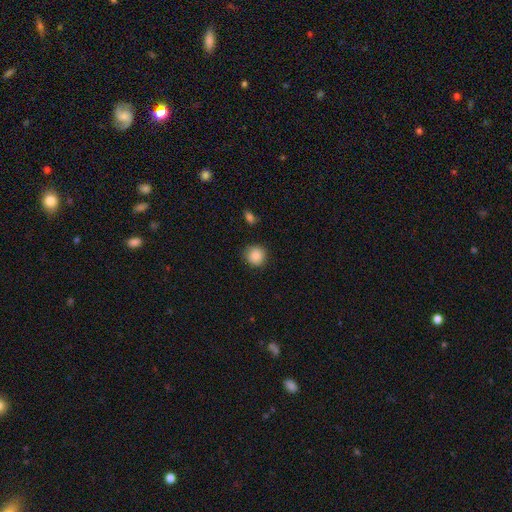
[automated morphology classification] Smooth or featured?
  - smooth: 87% *
  - star or artifact: 9%
  - featured or disk: 4%
How rounded?
  - round: 92% *
  - in between: 7%
  - cigar-shaped: 1%
Merging?
  - none: 87% *
  - minor disturbance: 9%
  - major disturbance: 2%
  - merger: 1%